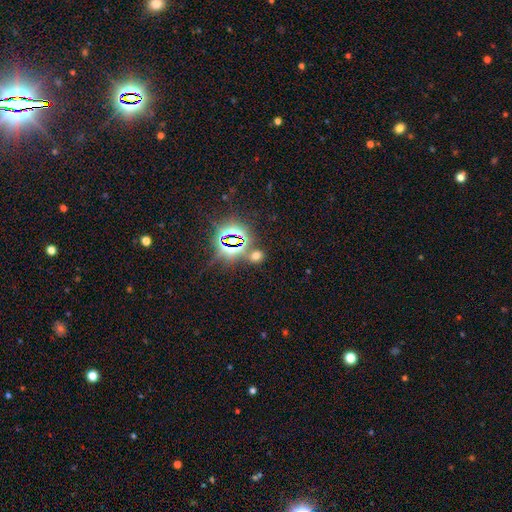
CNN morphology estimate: This is possibly a star or artifact rather than a galaxy (48%).